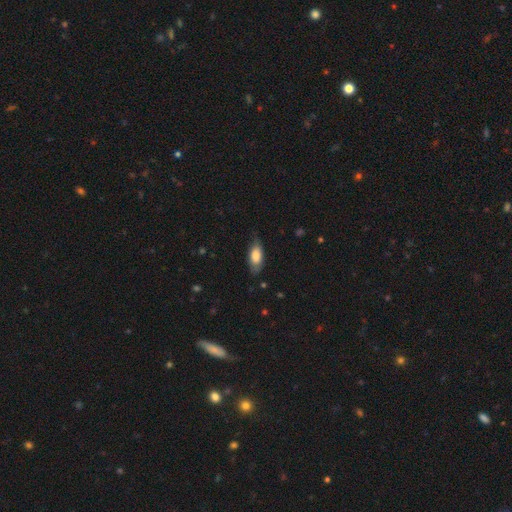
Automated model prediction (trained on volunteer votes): This is likely a smooth galaxy (75%). How rounded: clearly in between (85%). Merging: likely none (68%).